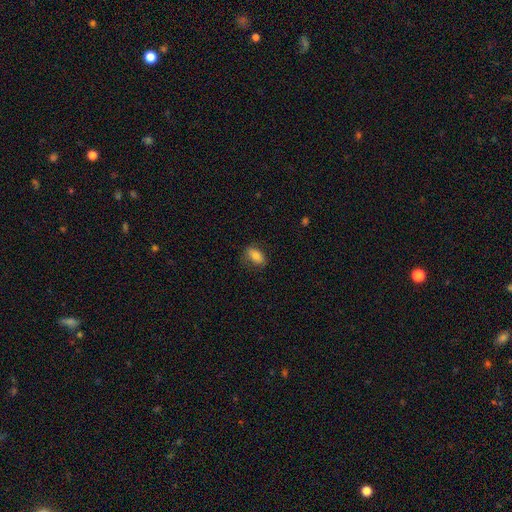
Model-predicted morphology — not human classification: The model was most divided on "merging": none: 75%, minor disturbance: 18%, major disturbance: 5%, merger: 1%. More confident: how rounded — in between (87%); smooth or featured — smooth (79%).